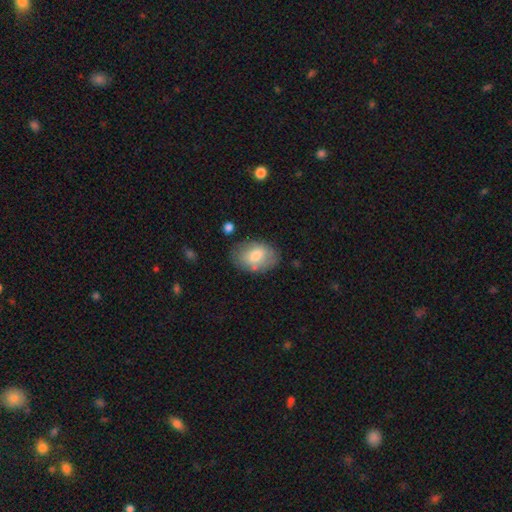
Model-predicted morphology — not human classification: Smooth or featured?
  - smooth: 72% *
  - featured or disk: 21%
  - star or artifact: 7%
How rounded?
  - in between: 85% *
  - round: 14%
  - cigar-shaped: 1%
Merging?
  - none: 74% *
  - minor disturbance: 18%
  - major disturbance: 5%
  - merger: 3%